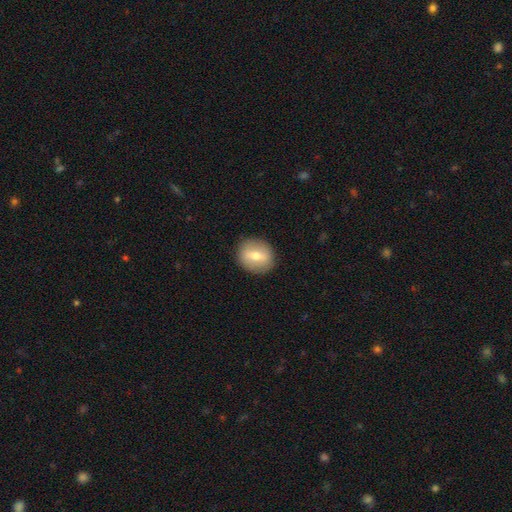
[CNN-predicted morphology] smooth-or-featured: smooth: 57% | featured or disk: 36% | star or artifact: 7%
  how-rounded: round: 75% | in between: 24% | cigar-shaped: 2%
  merging: none: 89% | minor disturbance: 8% | major disturbance: 2% | merger: 1%